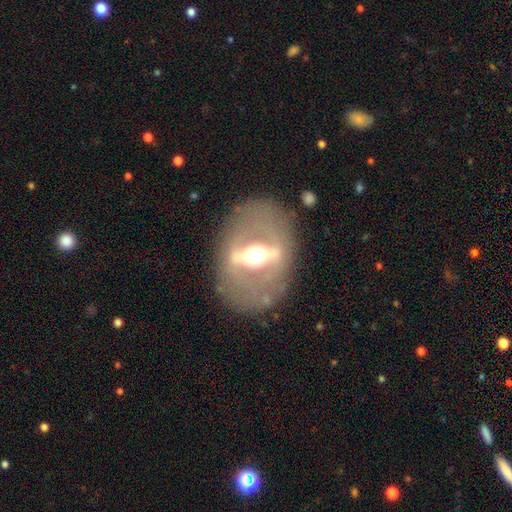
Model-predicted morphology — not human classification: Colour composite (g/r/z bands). It shows a featured or disk galaxy (81%) with a strong bar (83%), no spiral arms (85%) and a moderate central bulge (62%). Merging: none (79%).